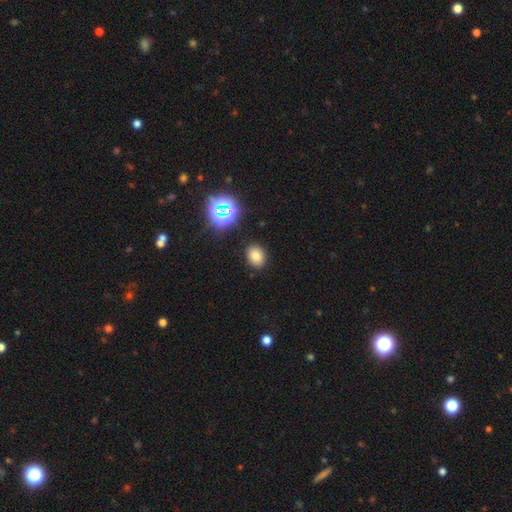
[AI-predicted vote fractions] A smooth galaxy with no disk features (75%) that is in between round and cigar-shaped (65%). Merging: none (87%).